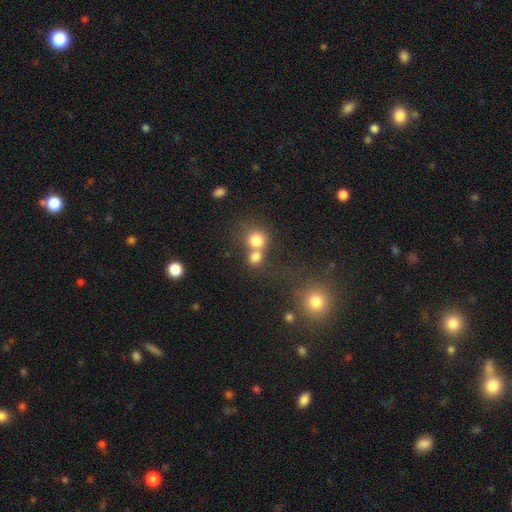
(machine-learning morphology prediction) type=smooth (77%); roundness=round (84%); merging=none (46%).